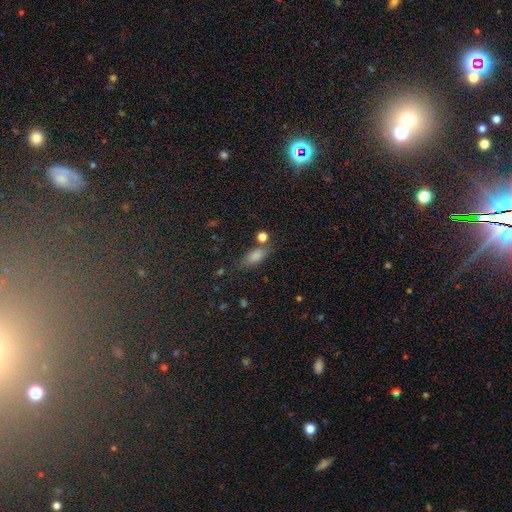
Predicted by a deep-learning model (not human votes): Smooth or featured: smooth — 81% (star or artifact — 11%)
How rounded: in between — 80% (cigar-shaped — 14%)
Merging: none — 67% (minor disturbance — 16%)